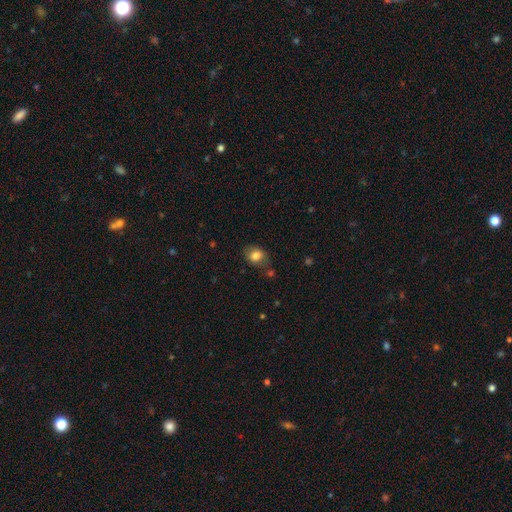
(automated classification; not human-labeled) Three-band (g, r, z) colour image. It shows a smooth galaxy with no disk features (80%) that is in between round and cigar-shaped (59%). Merging: none (69%).